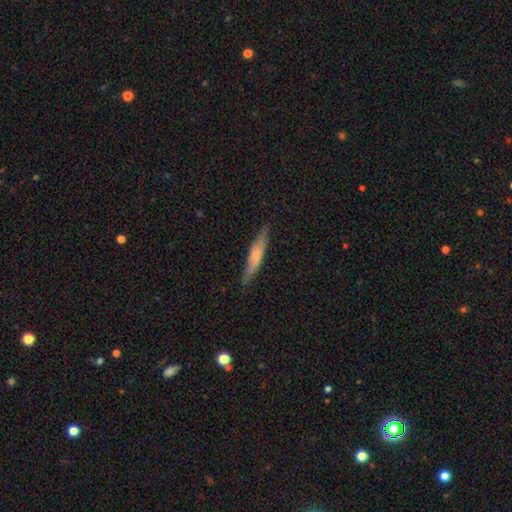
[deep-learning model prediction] Smooth or featured: smooth — 59% (featured or disk — 35%)
How rounded: cigar-shaped — 88% (in between — 10%)
Merging: none — 83% (minor disturbance — 13%)